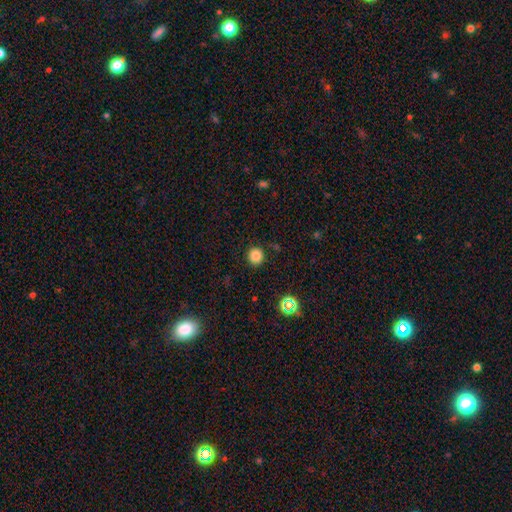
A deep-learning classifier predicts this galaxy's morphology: smooth 82%, star or artifact 14%, featured or disk 4%. Down the decision tree: how rounded — round (90%); merging — none (88%).